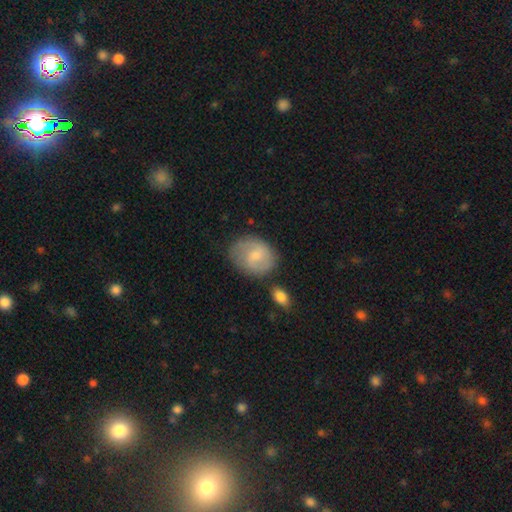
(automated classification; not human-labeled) Smooth or featured: smooth — 47% (featured or disk — 46%)
Merging: none — 70% (minor disturbance — 19%)